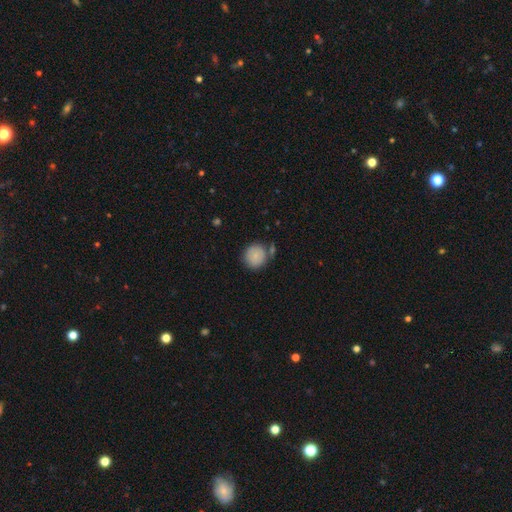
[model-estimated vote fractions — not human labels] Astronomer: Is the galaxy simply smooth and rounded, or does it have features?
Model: smooth — 82%.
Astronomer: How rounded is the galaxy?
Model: round — 90%.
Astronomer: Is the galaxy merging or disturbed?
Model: none — 70%.